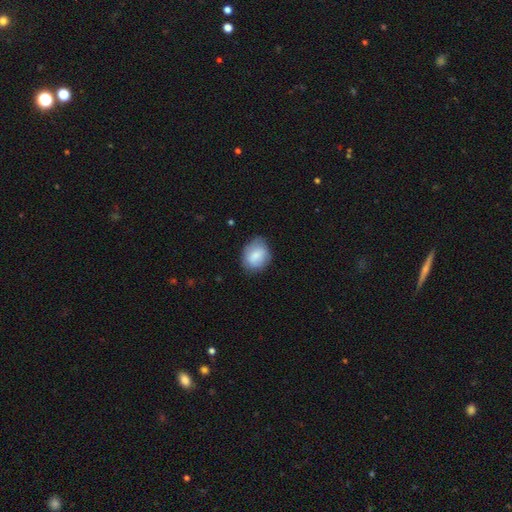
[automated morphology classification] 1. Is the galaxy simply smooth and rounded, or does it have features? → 78% smooth, 16% featured or disk, 7% star or artifact.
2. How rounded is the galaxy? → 55% in between, 44% round, 1% cigar-shaped.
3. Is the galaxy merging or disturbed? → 70% none, 24% minor disturbance, 5% major disturbance, 1% merger.